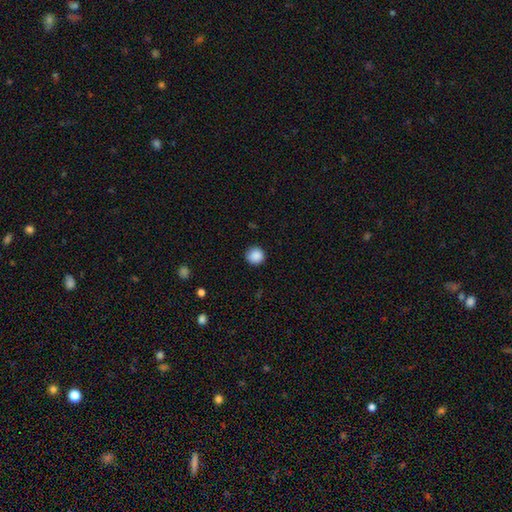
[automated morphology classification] This is clearly a smooth galaxy (88%). How rounded: clearly round (94%). Merging: clearly none (89%).